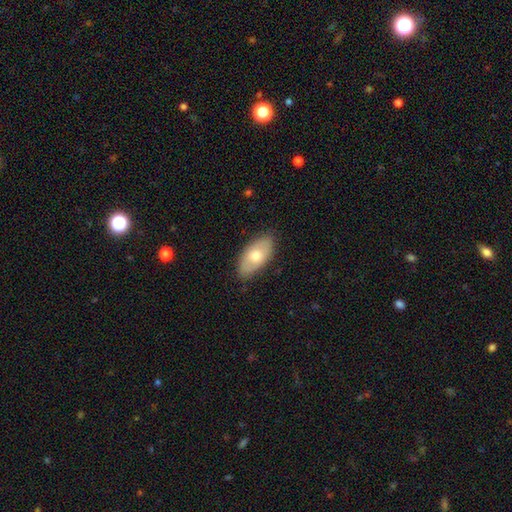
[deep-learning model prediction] A smooth galaxy with no disk features (65%) that is in between round and cigar-shaped (93%).

Vote fractions:
- Smooth or featured? smooth: 65% / featured or disk: 29% / star or artifact: 6%
- How rounded? in between: 93% / round: 4% / cigar-shaped: 3%
- Merging? none: 83% / minor disturbance: 13% / major disturbance: 3% / merger: 1%